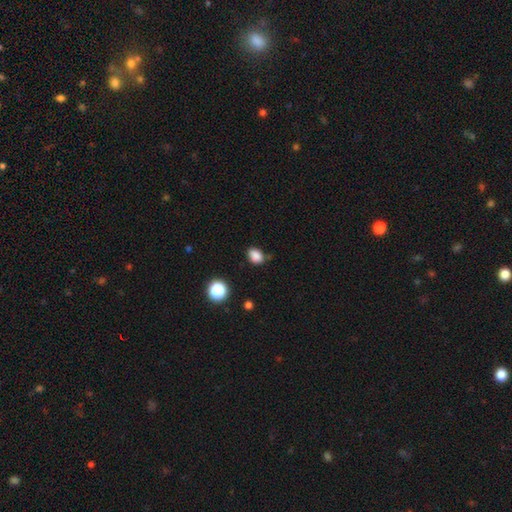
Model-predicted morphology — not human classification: Smooth or featured: smooth — 85% (star or artifact — 11%)
How rounded: in between — 70% (round — 29%)
Merging: none — 72% (minor disturbance — 20%)